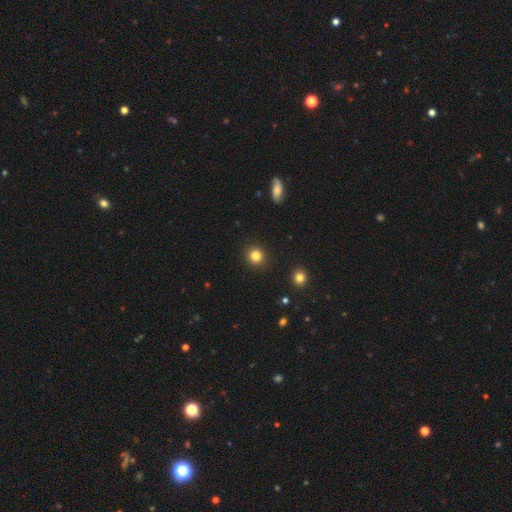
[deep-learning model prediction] This is clearly a smooth galaxy (84%). How rounded: clearly round (91%). Merging: clearly none (92%).